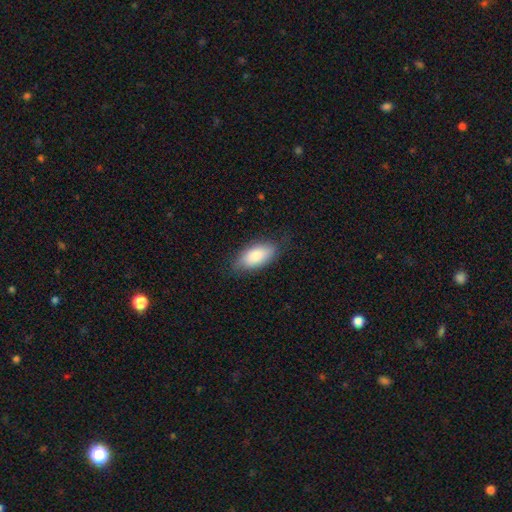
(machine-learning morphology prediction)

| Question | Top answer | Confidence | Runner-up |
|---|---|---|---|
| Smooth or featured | smooth | 84% | featured or disk (10%) |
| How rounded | in between | 91% | cigar-shaped (6%) |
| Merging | none | 74% | minor disturbance (20%) |